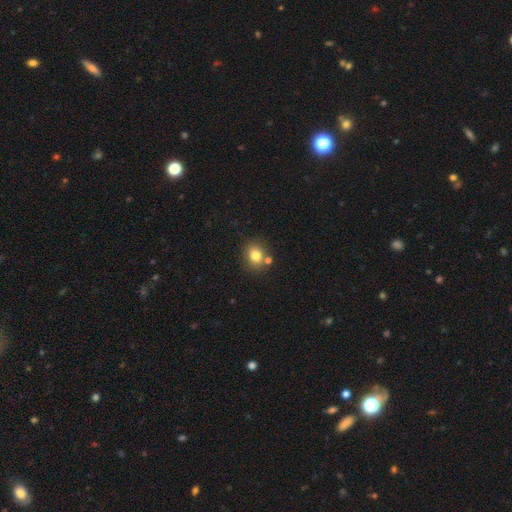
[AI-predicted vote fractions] Smooth or featured? Predicted: smooth (p=0.80). How rounded? Predicted: round (p=0.64). Merging? Predicted: none (p=0.72).